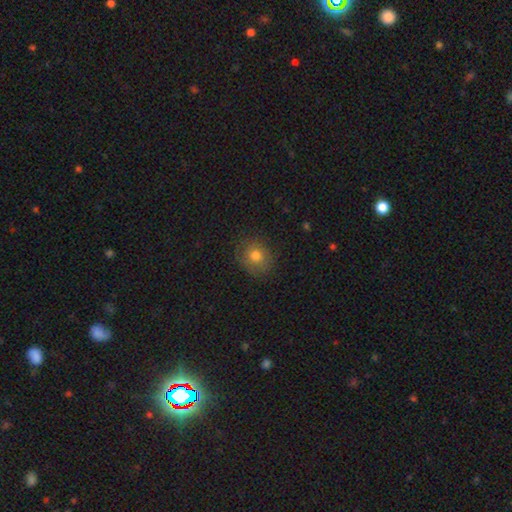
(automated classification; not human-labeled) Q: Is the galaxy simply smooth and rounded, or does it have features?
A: smooth — 75%.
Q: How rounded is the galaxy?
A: round — 78%.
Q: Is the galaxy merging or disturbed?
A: none — 79%.